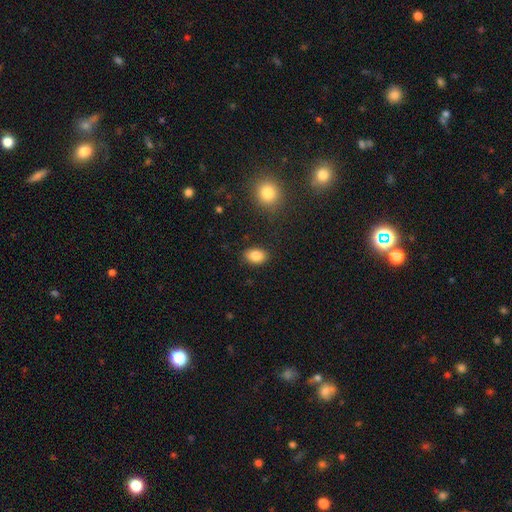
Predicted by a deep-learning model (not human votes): Smooth or featured? Predicted: smooth (p=0.86). How rounded? Predicted: in between (p=0.84). Merging? Predicted: none (p=0.87).